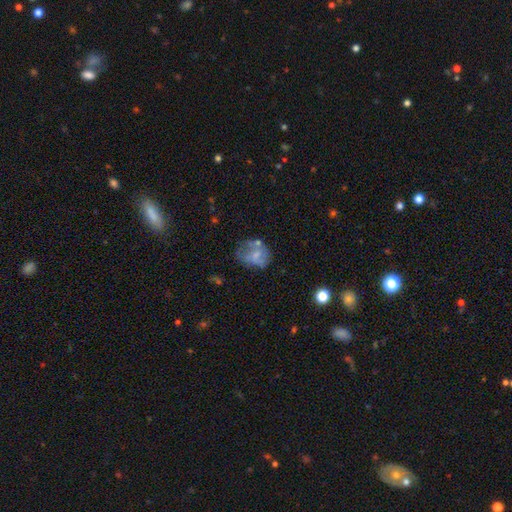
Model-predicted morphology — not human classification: A smooth galaxy with no disk features (48%). Merging: none (32%).